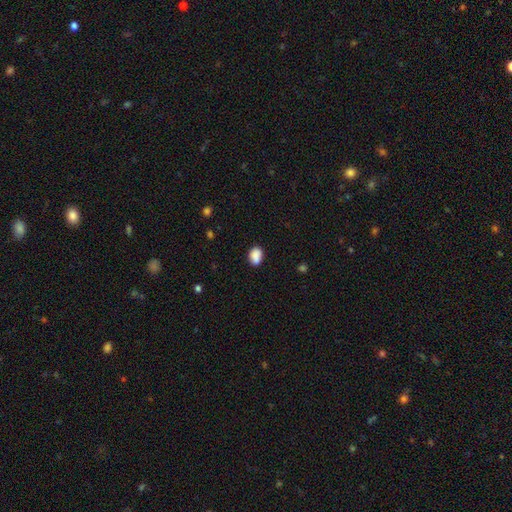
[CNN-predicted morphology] This appears to be a smooth galaxy with no disk features (87%) that is in between round and cigar-shaped (75%). Merging: none (74%).